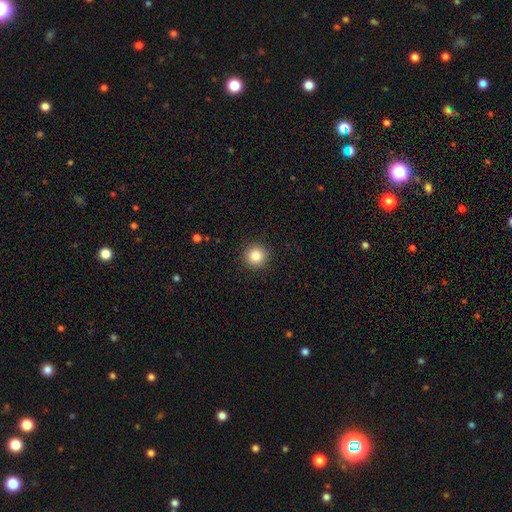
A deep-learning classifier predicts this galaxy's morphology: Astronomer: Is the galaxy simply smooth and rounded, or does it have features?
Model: smooth — 83%.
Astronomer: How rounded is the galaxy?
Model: round — 95%.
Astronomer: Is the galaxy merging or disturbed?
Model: none — 92%.